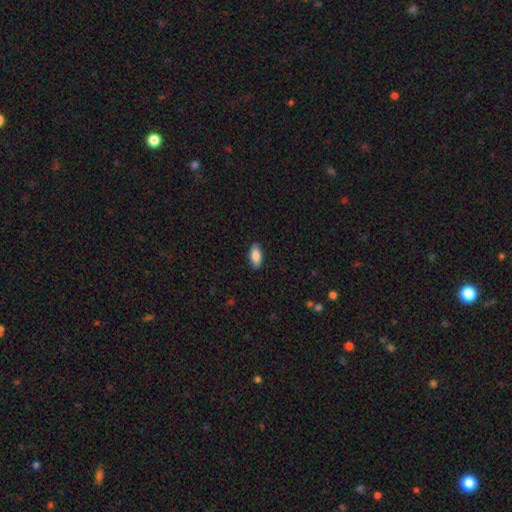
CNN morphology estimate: Smooth or featured: smooth — 84% (featured or disk — 9%)
How rounded: in between — 90% (cigar-shaped — 8%)
Merging: none — 87% (minor disturbance — 10%)